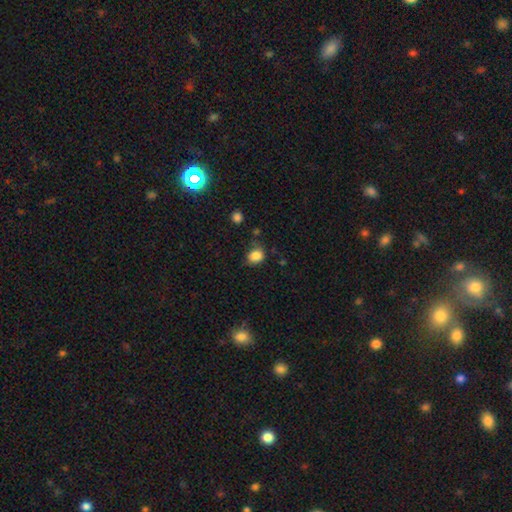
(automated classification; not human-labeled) Smooth or featured: smooth — 84% (star or artifact — 11%)
How rounded: in between — 51% (round — 48%)
Merging: none — 63% (minor disturbance — 26%)